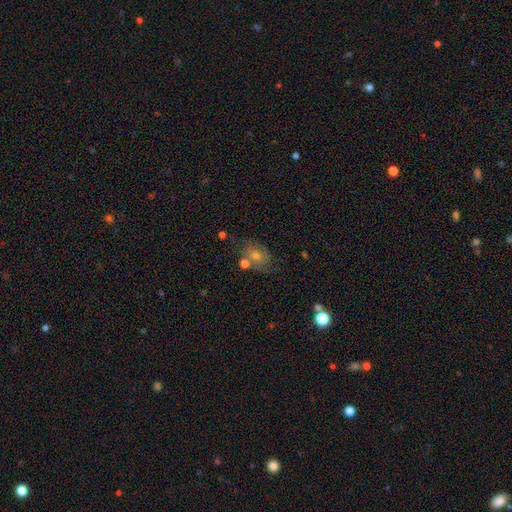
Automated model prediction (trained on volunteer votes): This appears to be a featured or disk galaxy (40%). Merging: none (61%).